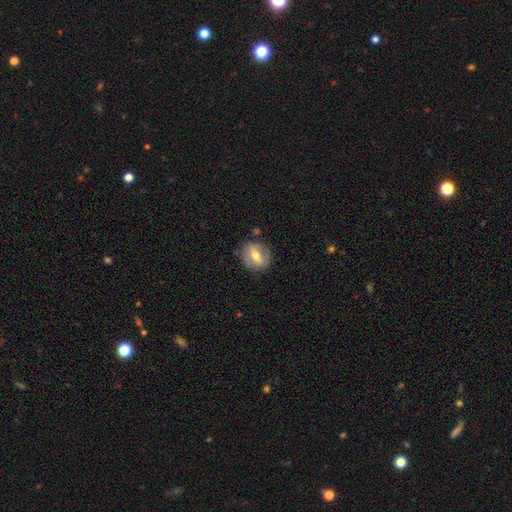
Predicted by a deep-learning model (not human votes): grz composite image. It shows a smooth galaxy with no disk features (48%). Merging: none (81%).